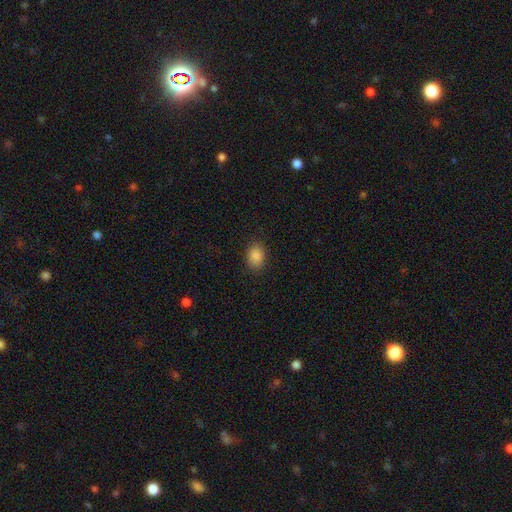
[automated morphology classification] A smooth galaxy with no disk features (87%) that is in between round and cigar-shaped (75%).

Vote fractions:
- Smooth or featured? smooth: 87% / star or artifact: 9% / featured or disk: 4%
- How rounded? in between: 75% / round: 24% / cigar-shaped: 1%
- Merging? none: 87% / minor disturbance: 9% / major disturbance: 3% / merger: 1%